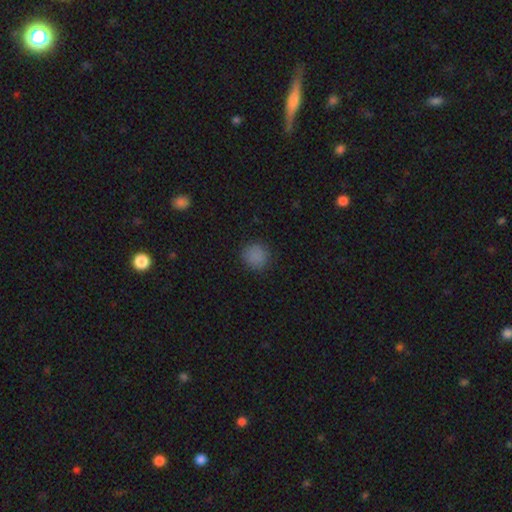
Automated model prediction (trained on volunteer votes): Smooth or featured: smooth — 83% (star or artifact — 13%)
How rounded: round — 90% (in between — 9%)
Merging: none — 87% (minor disturbance — 10%)